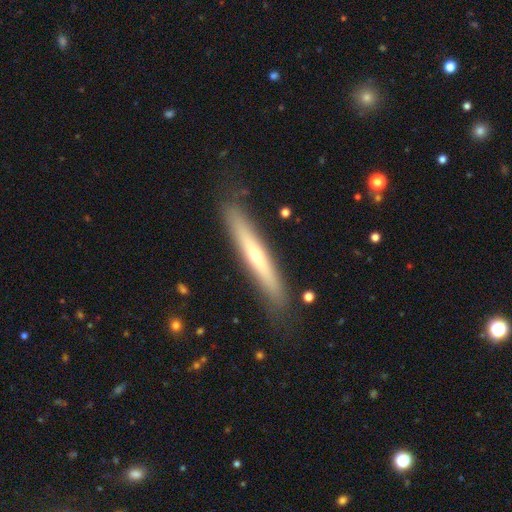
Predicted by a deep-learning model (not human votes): Overall: featured or disk (56%; smooth 38%). Edge-on disk: yes (90%). Edge-on bulge: rounded (74%). Merging: none (85%).